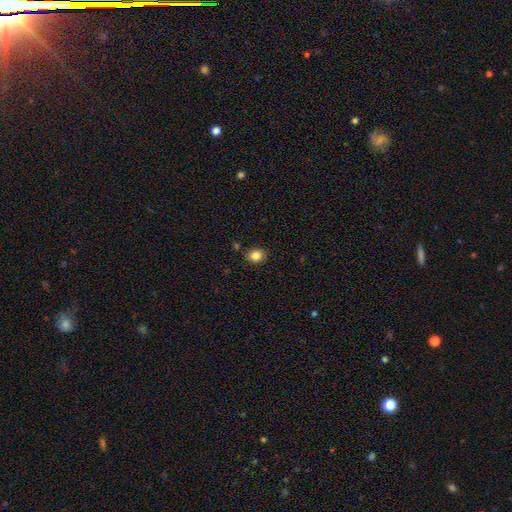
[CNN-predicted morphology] A smooth galaxy with no disk features (85%) that is round (66%). Merging: none (86%).